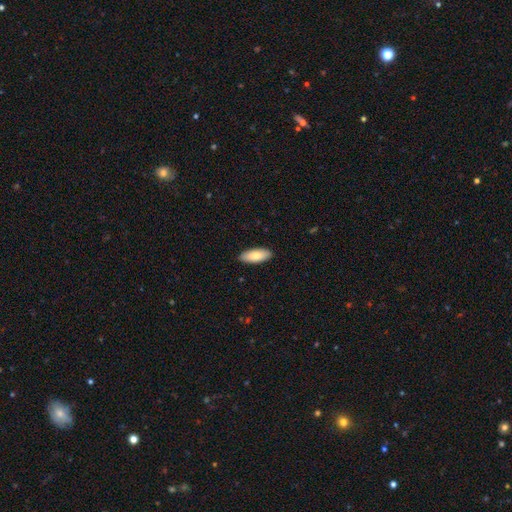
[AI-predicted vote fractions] smooth-or-featured: smooth: 82% | featured or disk: 12% | star or artifact: 5%
  how-rounded: in between: 79% | cigar-shaped: 19% | round: 2%
  merging: none: 90% | minor disturbance: 7% | major disturbance: 1% | merger: 1%